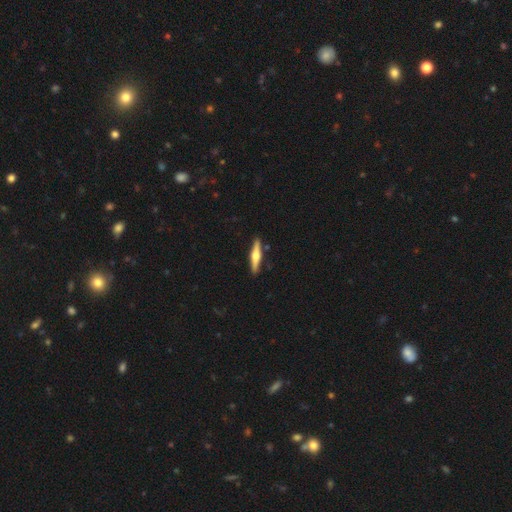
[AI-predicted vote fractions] Smooth or featured? featured or disk (62%)
Edge-on disk? yes (97%)
Edge-on bulge? rounded (91%)
Merging? none (89%)